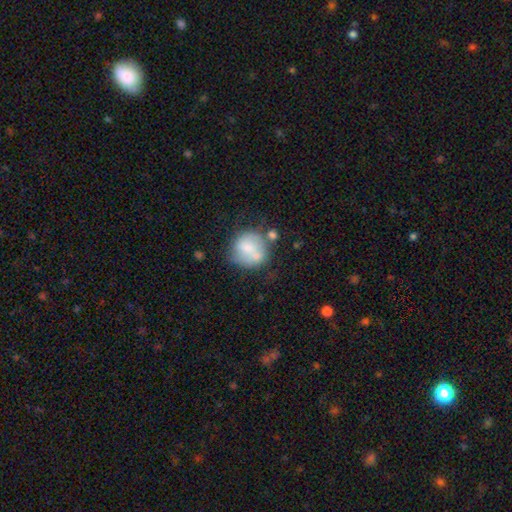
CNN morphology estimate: smooth-or-featured: smooth: 62% | featured or disk: 30% | star or artifact: 8%
  how-rounded: round: 83% | in between: 16% | cigar-shaped: 1%
  merging: none: 44% | merger: 24% | minor disturbance: 21% | major disturbance: 11%